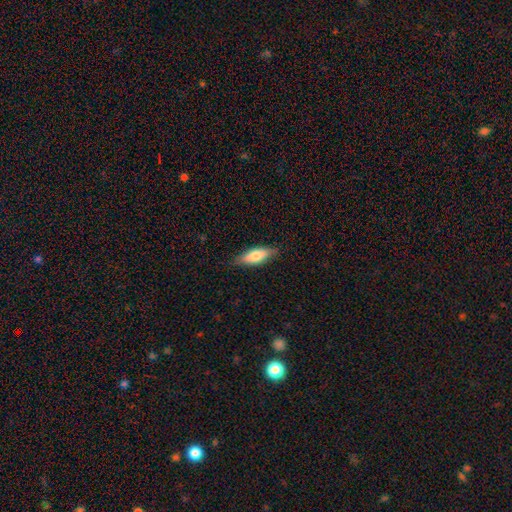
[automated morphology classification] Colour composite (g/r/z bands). It shows a smooth galaxy with no disk features (71%) that is in between round and cigar-shaped (62%). Merging: none (82%).